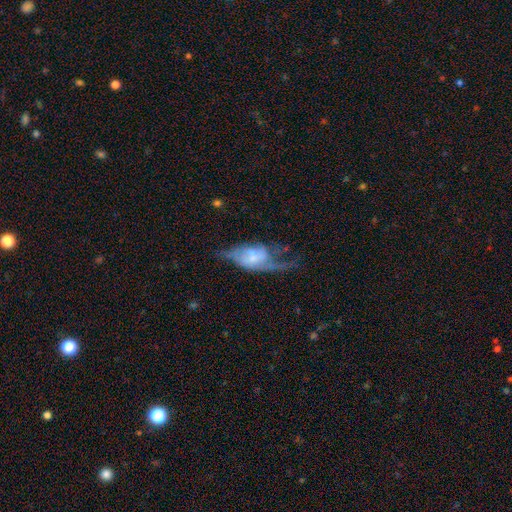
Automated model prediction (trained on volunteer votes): Smooth or featured: featured or disk — 67% (smooth — 22%)
Edge-on disk: no — 76% (yes — 24%)
Bar: no — 65% (weak — 27%)
Spiral arms: yes — 71% (no — 29%)
Bulge size: small — 42% (moderate — 28%)
Merging: none — 40% (major disturbance — 33%)